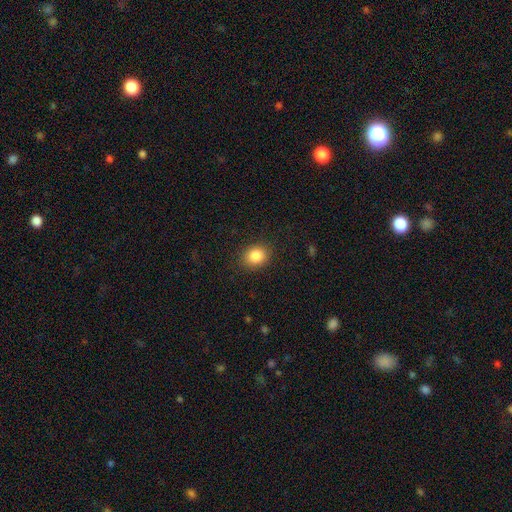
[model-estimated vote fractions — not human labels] Smooth or featured: smooth — 86% (star or artifact — 9%)
How rounded: round — 54% (in between — 45%)
Merging: none — 87% (minor disturbance — 9%)